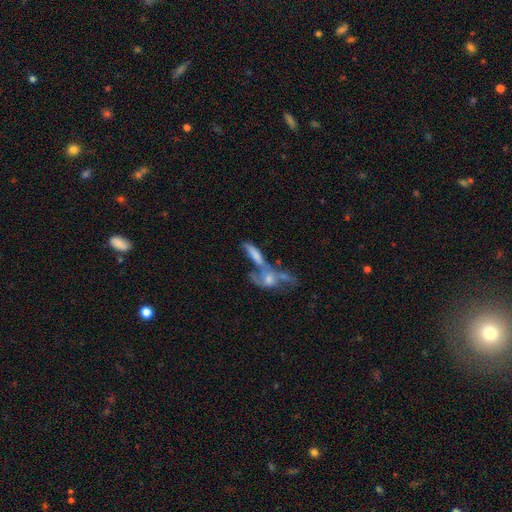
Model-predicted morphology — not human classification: Smooth or featured? featured or disk (52%)
Edge-on disk? no (70%)
Merging? merger (58%)